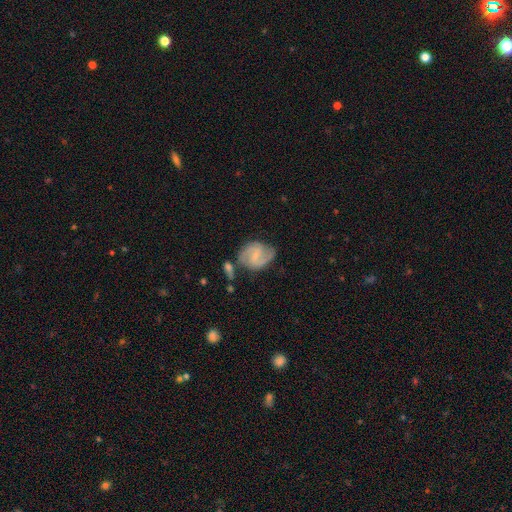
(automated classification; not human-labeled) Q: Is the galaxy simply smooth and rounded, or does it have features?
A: featured or disk — 78%.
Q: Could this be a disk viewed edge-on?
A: no — 97%.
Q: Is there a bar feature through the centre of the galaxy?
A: weak — 55%.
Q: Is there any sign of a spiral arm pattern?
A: yes — 94%.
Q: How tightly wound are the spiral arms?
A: medium — 52%.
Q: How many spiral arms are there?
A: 2 — 87%.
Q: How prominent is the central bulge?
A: small — 68%.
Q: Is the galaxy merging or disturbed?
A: none — 59%.